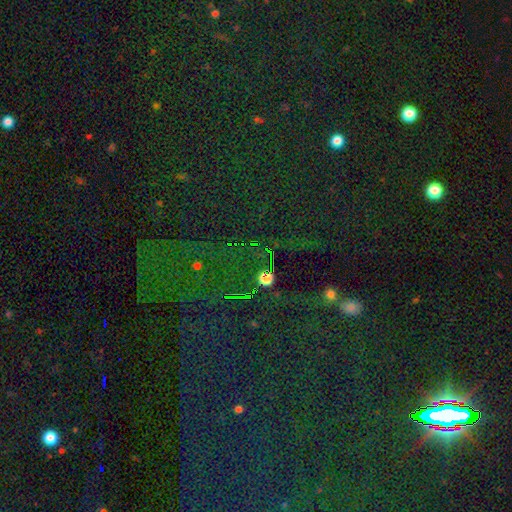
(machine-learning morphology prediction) star or artifact 78%, smooth 13%, featured or disk 9%.